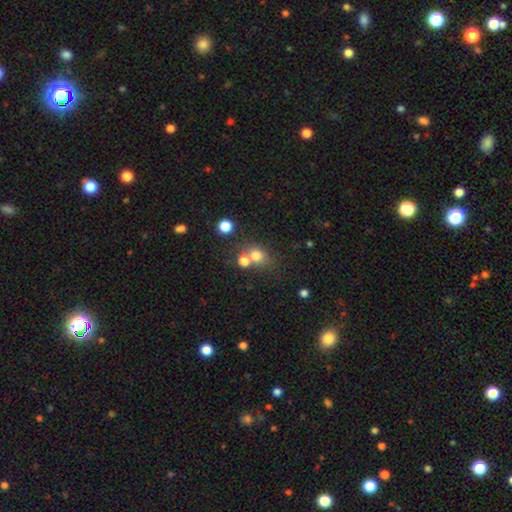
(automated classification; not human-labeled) A smooth galaxy with no disk features (74%) that is round (65%). Merging: none (49%).